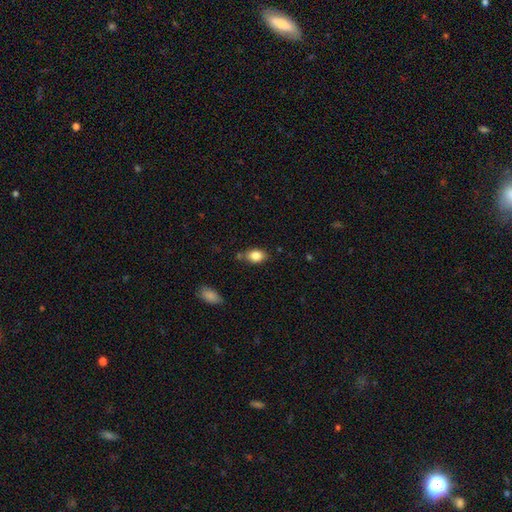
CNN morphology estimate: Smooth or featured? Predicted: smooth (p=0.84). How rounded? Predicted: in between (p=0.79). Merging? Predicted: none (p=0.71).